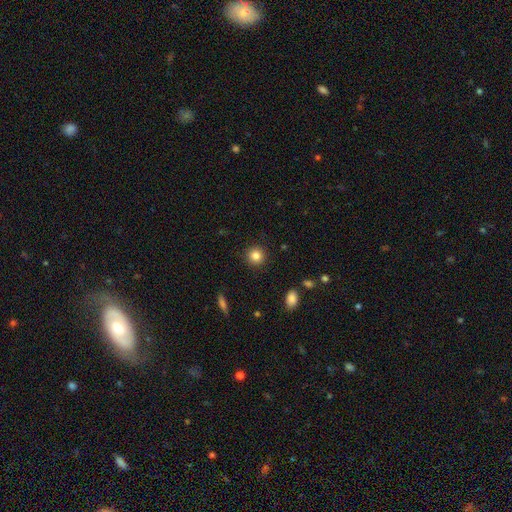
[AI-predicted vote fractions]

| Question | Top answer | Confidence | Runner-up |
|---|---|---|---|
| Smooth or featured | smooth | 84% | star or artifact (11%) |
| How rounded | round | 93% | in between (6%) |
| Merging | none | 91% | minor disturbance (5%) |